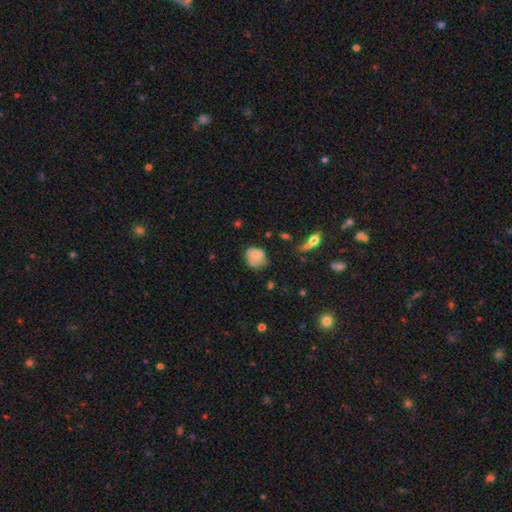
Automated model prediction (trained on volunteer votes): Overall: smooth (72%). How rounded: round (57%; in between 41%). Merging: none (44%; minor disturbance 36%).